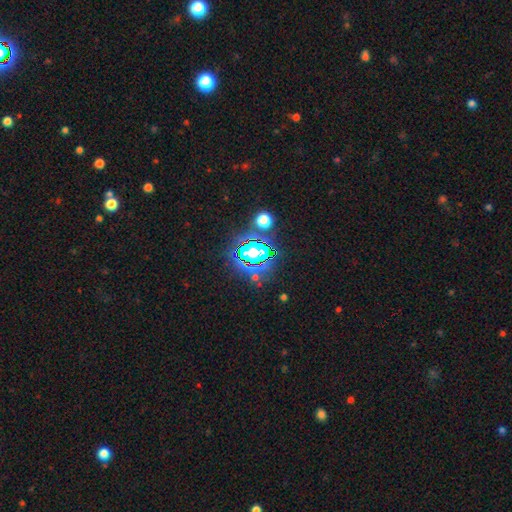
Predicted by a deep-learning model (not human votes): star or artifact 65%, smooth 22%, featured or disk 14%.